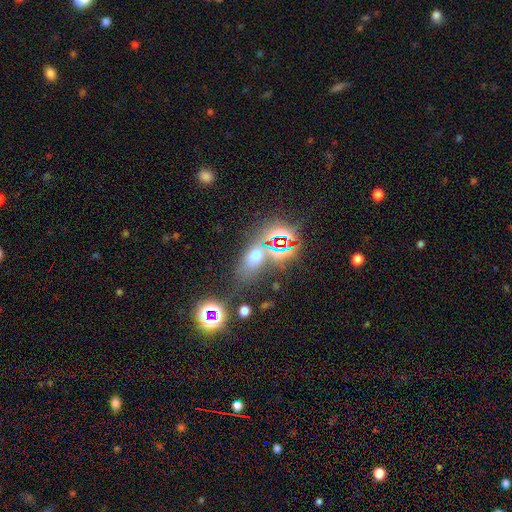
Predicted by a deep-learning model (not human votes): Smooth or featured? Predicted: smooth (p=0.50). Merging? Predicted: none (p=0.63).